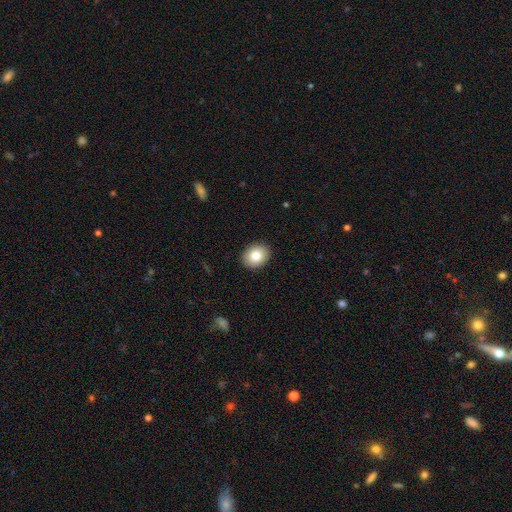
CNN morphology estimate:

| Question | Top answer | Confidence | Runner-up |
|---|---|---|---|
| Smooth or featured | smooth | 82% | featured or disk (10%) |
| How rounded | round | 50% | in between (49%) |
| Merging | none | 91% | minor disturbance (7%) |